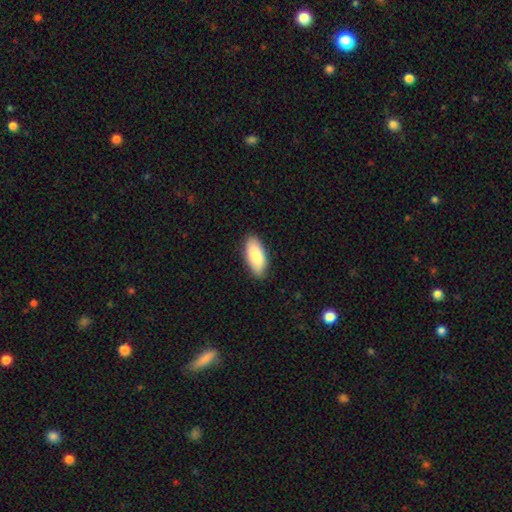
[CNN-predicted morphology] type=smooth (84%); roundness=in between (86%); merging=none (88%).